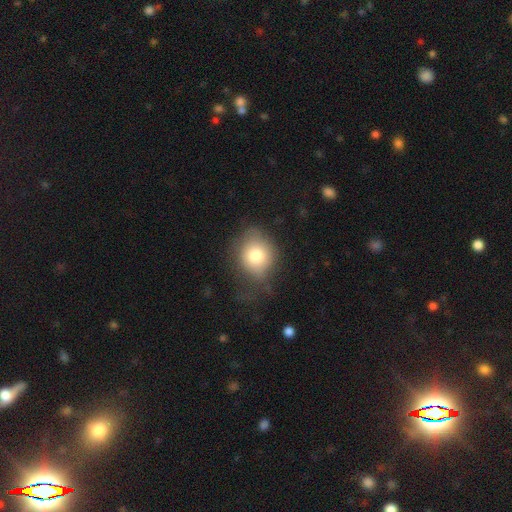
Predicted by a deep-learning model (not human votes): smooth-or-featured: smooth: 77% | featured or disk: 13% | star or artifact: 10%
  how-rounded: round: 65% | in between: 34% | cigar-shaped: 1%
  merging: none: 51% | minor disturbance: 29% | major disturbance: 18% | merger: 2%